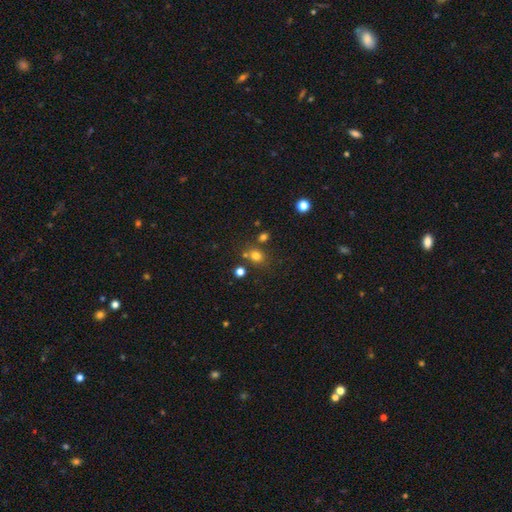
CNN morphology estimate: Smooth or featured? smooth (74%)
How rounded? round (66%)
Merging? none (68%)